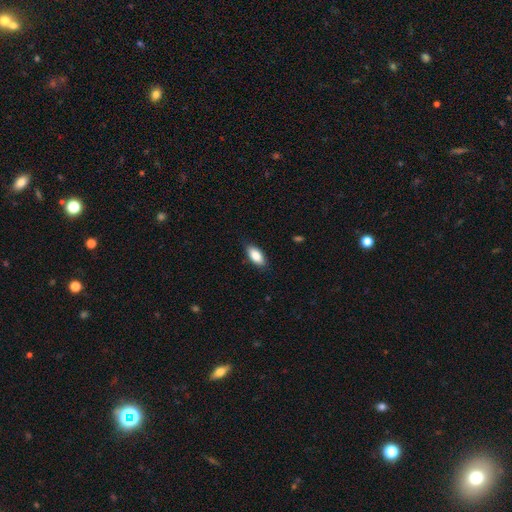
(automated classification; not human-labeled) A smooth galaxy with no disk features (85%) that is in between round and cigar-shaped (88%).

Vote fractions:
- Smooth or featured? smooth: 85% / featured or disk: 9% / star or artifact: 6%
- How rounded? in between: 88% / cigar-shaped: 10% / round: 2%
- Merging? none: 85% / minor disturbance: 11% / major disturbance: 2% / merger: 1%